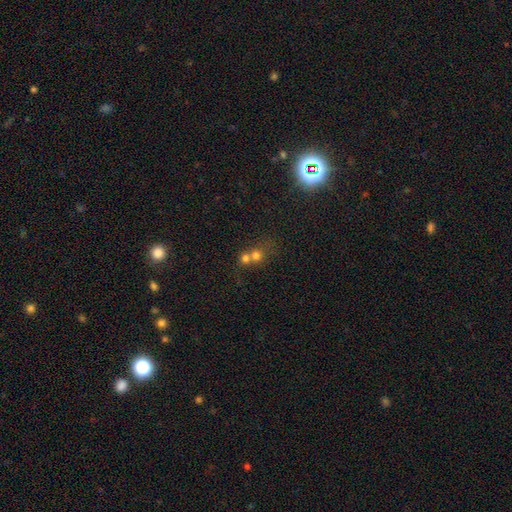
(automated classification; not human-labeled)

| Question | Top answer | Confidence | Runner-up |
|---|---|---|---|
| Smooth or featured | smooth | 70% | star or artifact (15%) |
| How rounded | round | 82% | in between (17%) |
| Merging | merger | 65% | none (28%) |